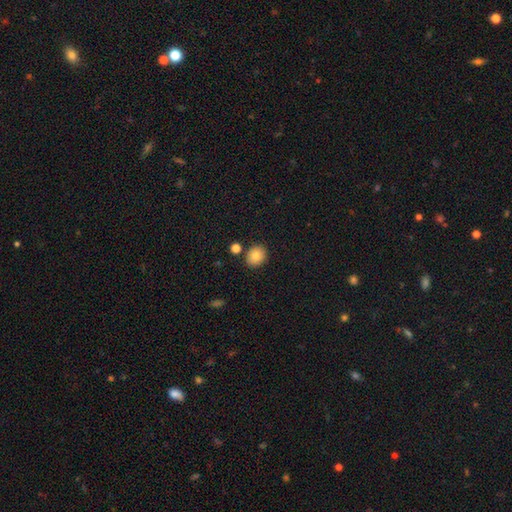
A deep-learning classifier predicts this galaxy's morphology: Smooth or featured: smooth — 85% (star or artifact — 9%)
How rounded: round — 57% (in between — 42%)
Merging: none — 83% (minor disturbance — 9%)